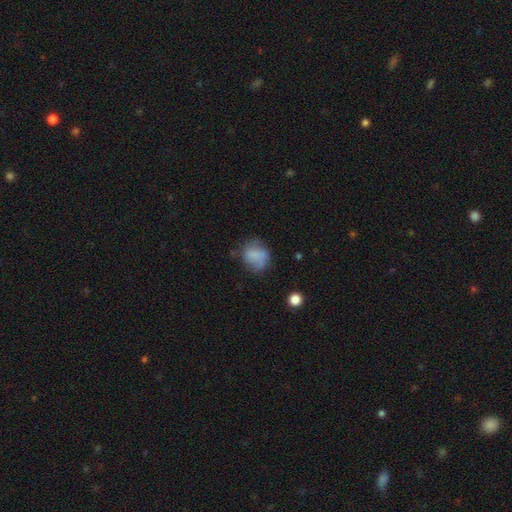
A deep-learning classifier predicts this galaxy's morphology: Q: Smooth or featured?
A: smooth (69%); runner-up: featured or disk (20%)
Q: How rounded?
A: round (61%); runner-up: in between (37%)
Q: Merging?
A: none (49%); runner-up: minor disturbance (29%)